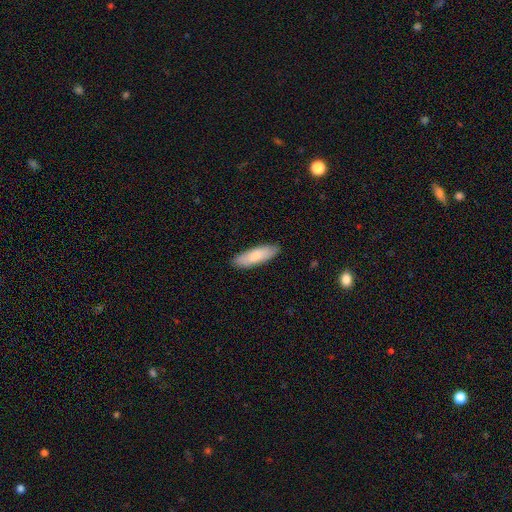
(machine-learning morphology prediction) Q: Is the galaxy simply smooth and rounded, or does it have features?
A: smooth — 81%.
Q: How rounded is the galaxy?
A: in between — 51%.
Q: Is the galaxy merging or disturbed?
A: none — 87%.